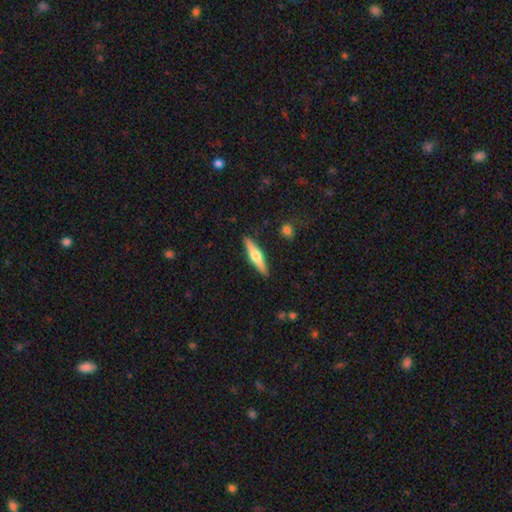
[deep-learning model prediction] smooth-or-featured: featured or disk: 58% | smooth: 36% | star or artifact: 6%
  disk-edge-on: yes: 96% | no: 4%
    edge-on-bulge: rounded: 92% | boxy: 5% | none: 3%
  merging: none: 89% | minor disturbance: 7% | major disturbance: 2% | merger: 1%